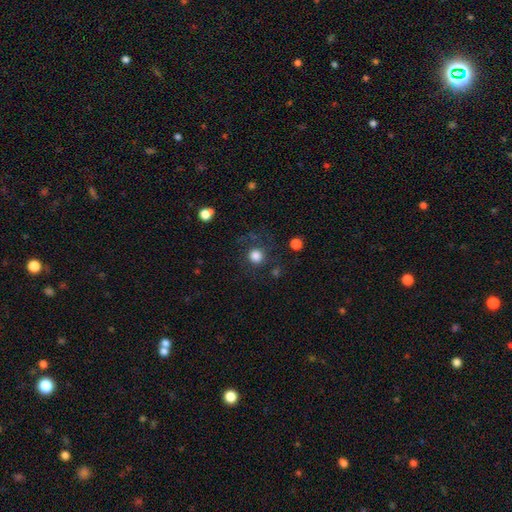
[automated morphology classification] This is clearly a smooth galaxy (82%). How rounded: clearly round (93%). Merging: likely none (78%).